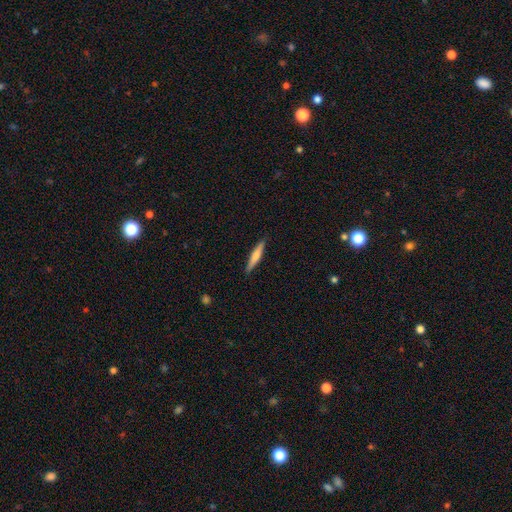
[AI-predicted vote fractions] Smooth or featured? smooth (59%)
How rounded? cigar-shaped (91%)
Merging? none (90%)